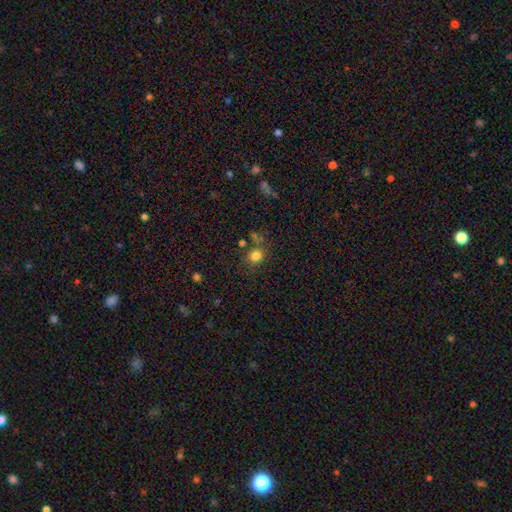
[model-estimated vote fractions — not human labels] This appears to be a smooth galaxy with no disk features (80%) that is round (79%). Merging: none (74%).